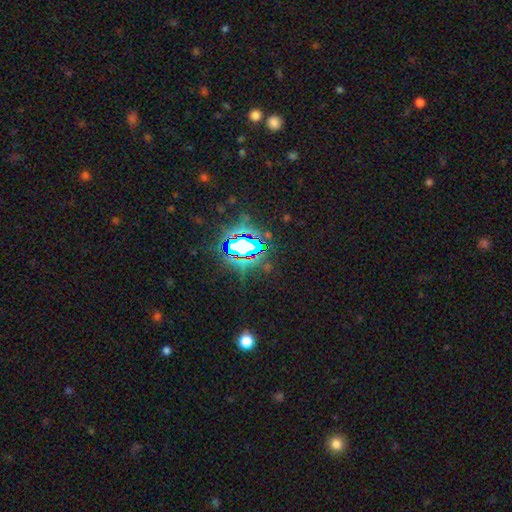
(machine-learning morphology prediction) Smooth or featured? star or artifact (84%)